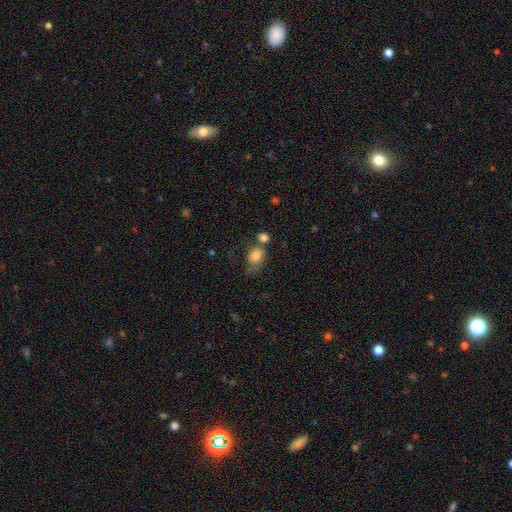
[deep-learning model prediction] This appears to be a smooth galaxy with no disk features (81%) that is in between round and cigar-shaped (54%). Merging: none (36%).